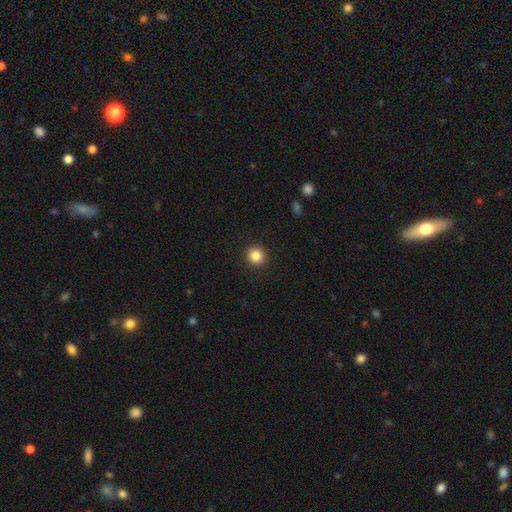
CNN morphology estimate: This appears to be a smooth galaxy with no disk features (84%) that is round (94%). Merging: none (93%).